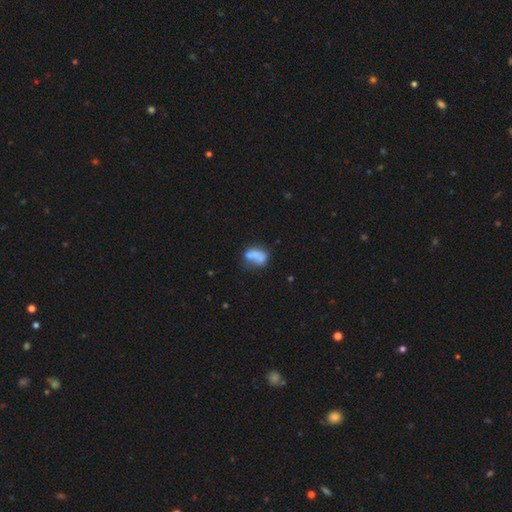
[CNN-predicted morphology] This is likely a smooth galaxy (65%). How rounded: likely in between (78%). Merging: marginally merger (34%).